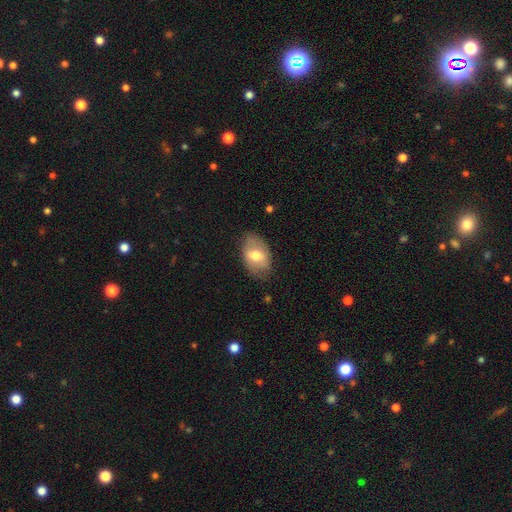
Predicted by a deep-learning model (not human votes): smooth_or_featured: smooth (p=0.60) [alt: featured or disk p=0.33]
how_rounded: in between (p=0.88) [alt: round p=0.11]
merging: none (p=0.74) [alt: minor disturbance p=0.19]